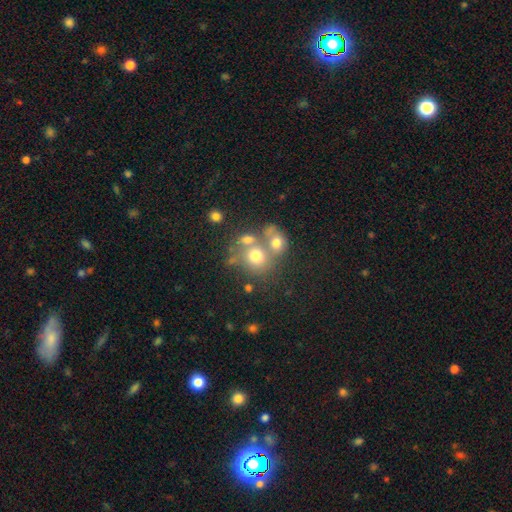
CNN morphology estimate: Smooth or featured? Predicted: smooth (p=0.66). How rounded? Predicted: round (p=0.77). Merging? Predicted: merger (p=0.42).